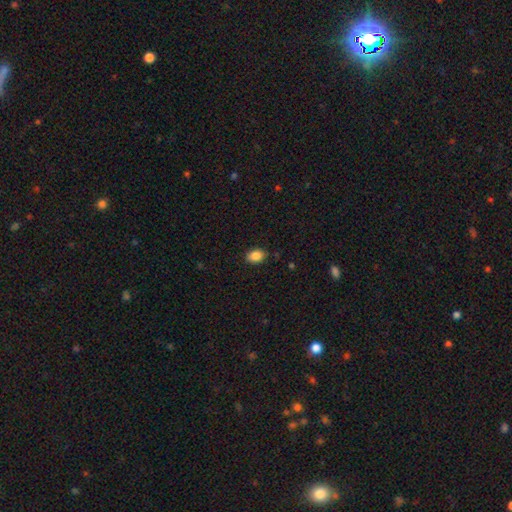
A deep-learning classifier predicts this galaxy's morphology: Smooth or featured?
  - smooth: 88% *
  - star or artifact: 8%
  - featured or disk: 4%
How rounded?
  - in between: 80% *
  - round: 19%
  - cigar-shaped: 1%
Merging?
  - none: 86% *
  - minor disturbance: 11%
  - major disturbance: 2%
  - merger: 1%